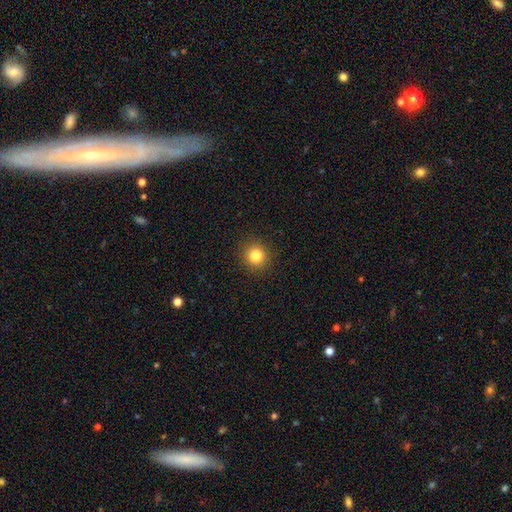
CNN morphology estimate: A smooth galaxy with no disk features (82%) that is round (93%). Merging: none (92%).